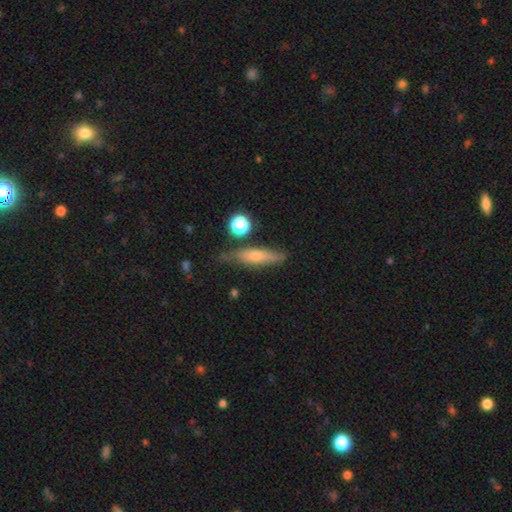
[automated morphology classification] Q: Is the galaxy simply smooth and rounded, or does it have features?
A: smooth — 51%.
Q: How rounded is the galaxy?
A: cigar-shaped — 78%.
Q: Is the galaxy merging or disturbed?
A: none — 70%.